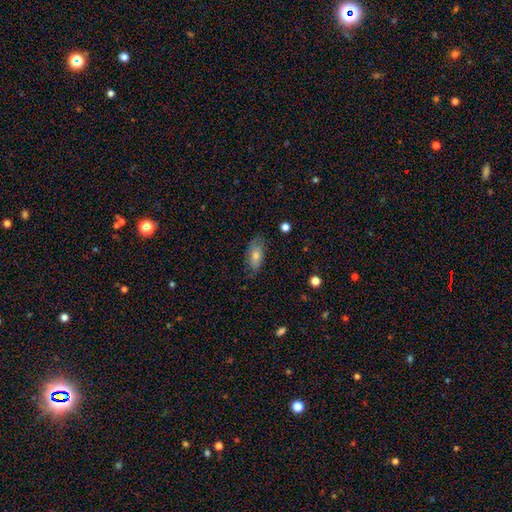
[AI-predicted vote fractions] This is likely a smooth galaxy (63%). How rounded: clearly in between (84%). Merging: likely none (76%).